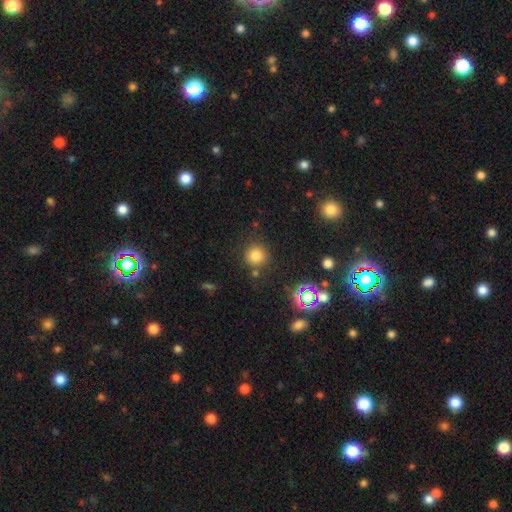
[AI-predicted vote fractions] Smooth or featured?
  - smooth: 76% *
  - star or artifact: 18%
  - featured or disk: 7%
How rounded?
  - round: 92% *
  - in between: 7%
  - cigar-shaped: 1%
Merging?
  - none: 81% *
  - minor disturbance: 9%
  - merger: 6%
  - major disturbance: 4%